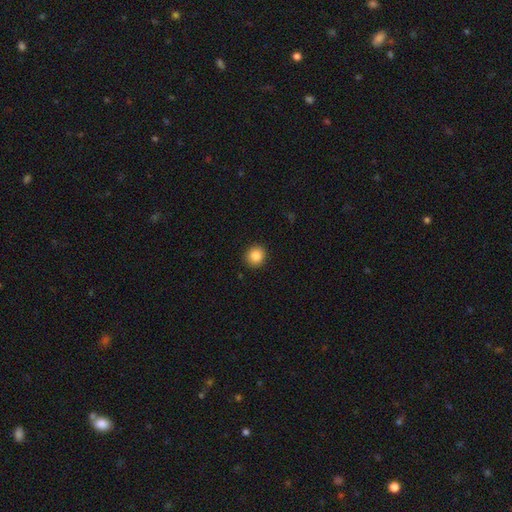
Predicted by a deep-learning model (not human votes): A smooth galaxy with no disk features (86%) that is round (85%). Merging: none (91%).